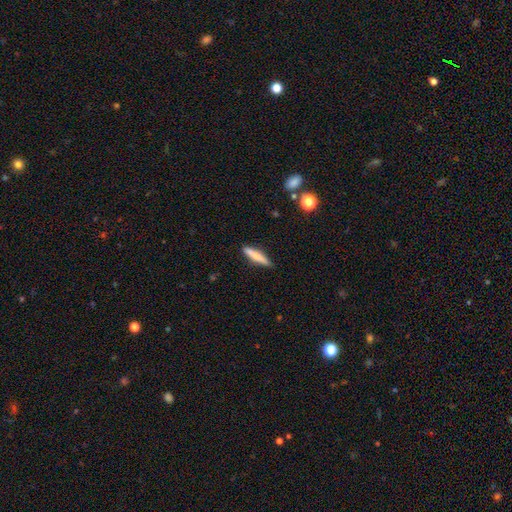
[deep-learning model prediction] Smooth or featured? smooth (73%)
How rounded? cigar-shaped (86%)
Merging? none (84%)